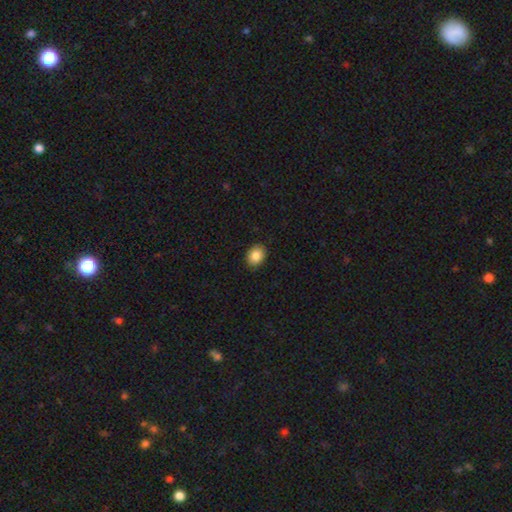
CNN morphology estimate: smooth 87%, star or artifact 8%, featured or disk 5%. Down the decision tree: how rounded — in between (62%); merging — none (89%).